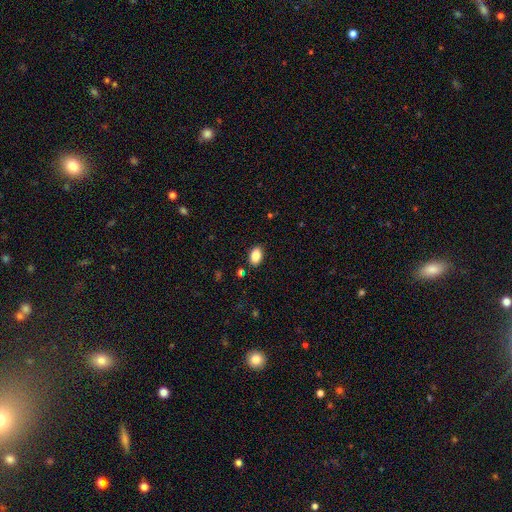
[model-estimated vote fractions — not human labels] smooth_or_featured: smooth (p=0.87) [alt: star or artifact p=0.08]
how_rounded: in between (p=0.89) [alt: round p=0.09]
merging: none (p=0.87) [alt: minor disturbance p=0.09]